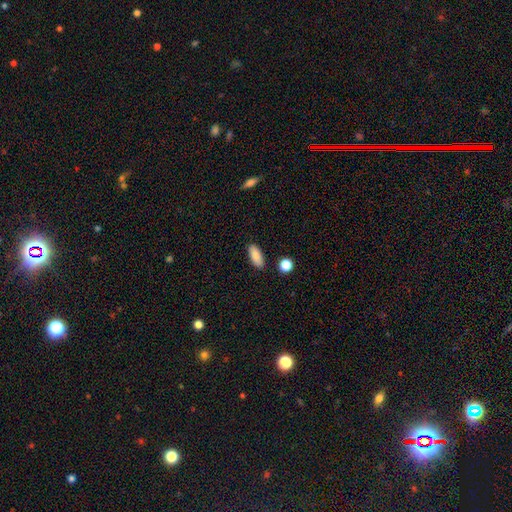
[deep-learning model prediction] Smooth or featured? smooth (87%)
How rounded? in between (82%)
Merging? none (87%)